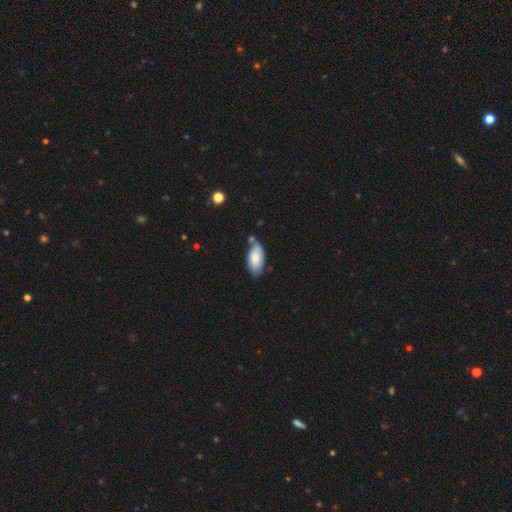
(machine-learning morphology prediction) Q: Smooth or featured?
A: smooth (74%); runner-up: featured or disk (19%)
Q: How rounded?
A: in between (93%); runner-up: cigar-shaped (5%)
Q: Merging?
A: none (58%); runner-up: minor disturbance (27%)